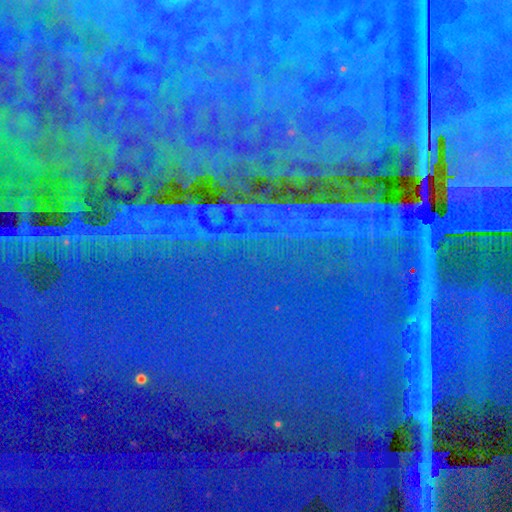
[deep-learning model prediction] This is clearly a star or artifact rather than a galaxy (86%).